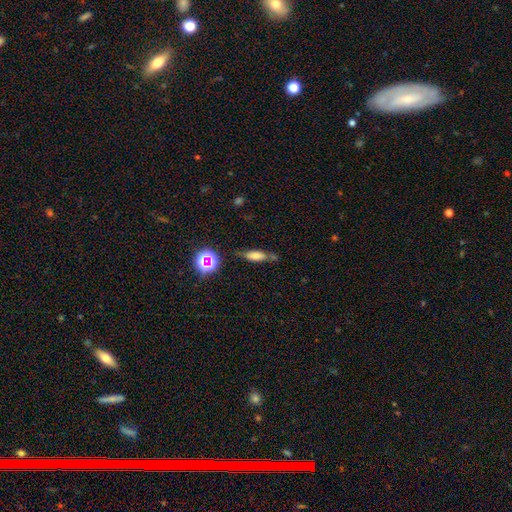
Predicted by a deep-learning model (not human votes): Smooth or featured? Predicted: smooth (p=0.66). How rounded? Predicted: in between (p=0.52). Merging? Predicted: none (p=0.59).